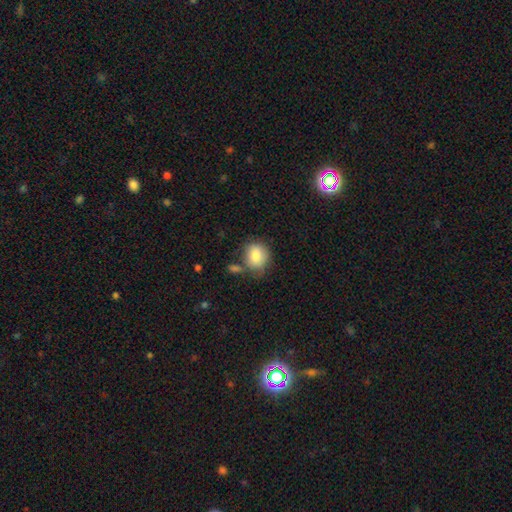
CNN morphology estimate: Q: Smooth or featured?
A: smooth (84%); runner-up: featured or disk (9%)
Q: How rounded?
A: round (67%); runner-up: in between (32%)
Q: Merging?
A: none (60%); runner-up: minor disturbance (20%)